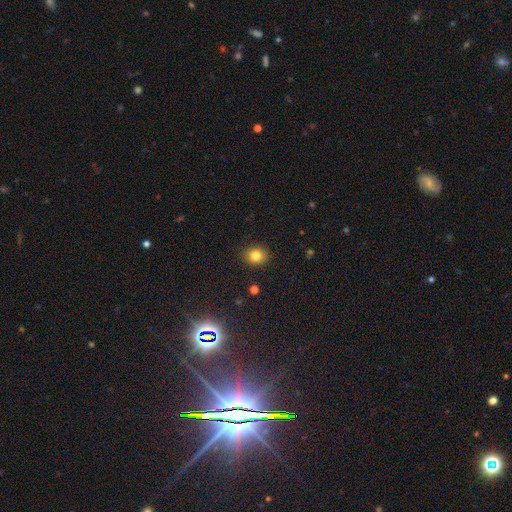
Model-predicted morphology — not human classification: smooth-or-featured: smooth: 82% | star or artifact: 12% | featured or disk: 6%
  how-rounded: round: 67% | in between: 32% | cigar-shaped: 1%
  merging: none: 88% | minor disturbance: 9% | major disturbance: 2% | merger: 1%